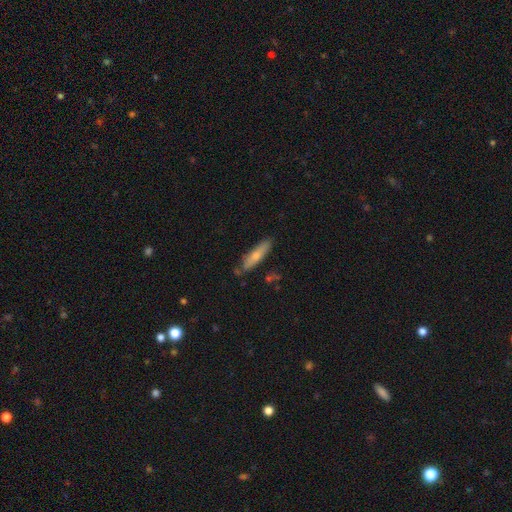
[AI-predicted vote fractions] This is likely a smooth galaxy (64%). How rounded: likely cigar-shaped (76%). Merging: likely none (77%).